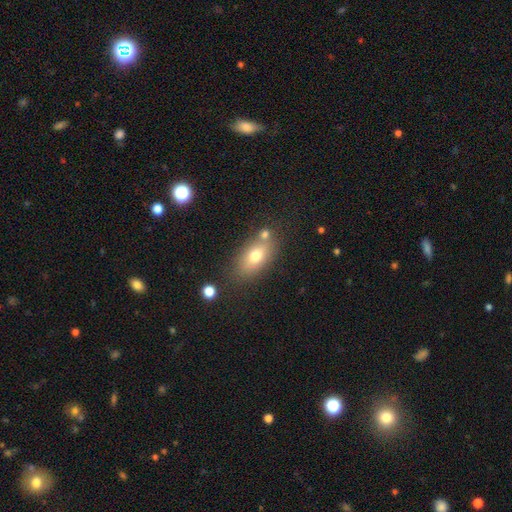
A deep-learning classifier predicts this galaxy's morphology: This appears to be a smooth galaxy with no disk features (71%) that is in between round and cigar-shaped (84%). Merging: none (66%).